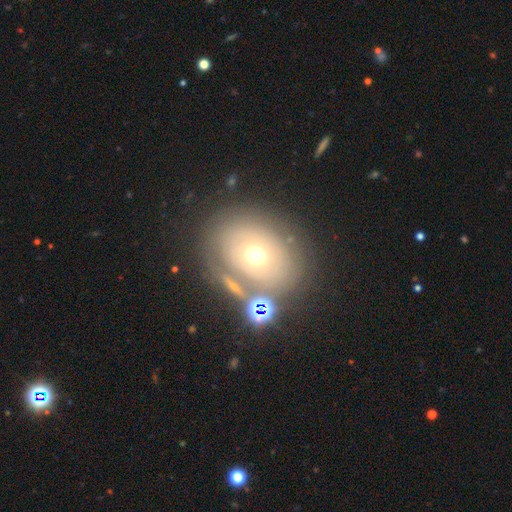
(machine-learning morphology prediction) Smooth or featured? smooth (45%)
Merging? none (68%)